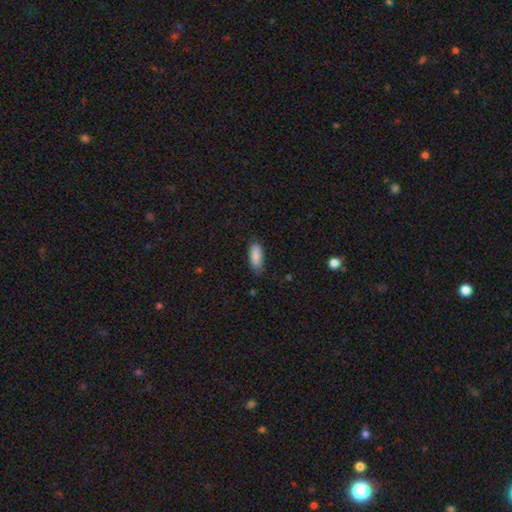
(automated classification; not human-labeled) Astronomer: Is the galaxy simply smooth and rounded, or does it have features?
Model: smooth — 86%.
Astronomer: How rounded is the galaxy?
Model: in between — 78%.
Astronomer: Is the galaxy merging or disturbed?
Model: none — 73%.